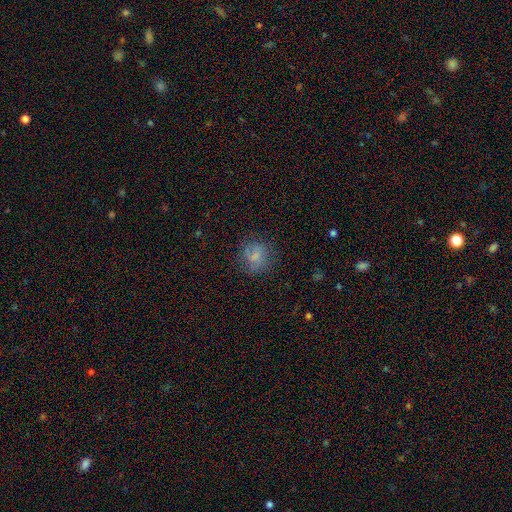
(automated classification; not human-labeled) Overall: smooth (66%). How rounded: round (80%). Merging: none (70%).